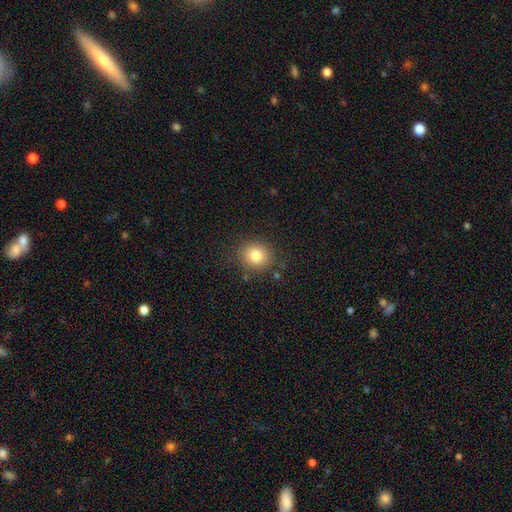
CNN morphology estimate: This is clearly a smooth galaxy (80%). How rounded: likely round (79%). Merging: clearly none (86%).